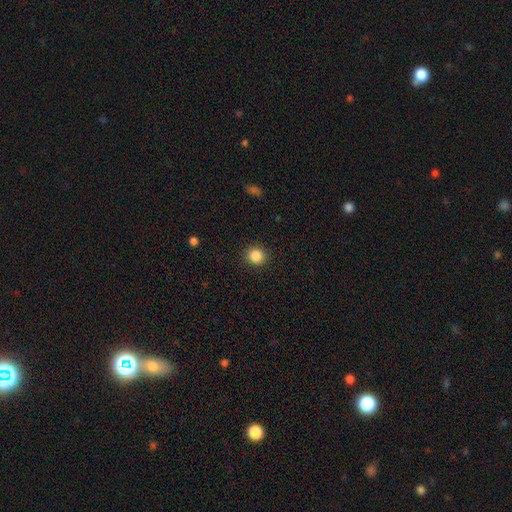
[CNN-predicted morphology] Overall: smooth (86%). How rounded: round (89%). Merging: none (91%).